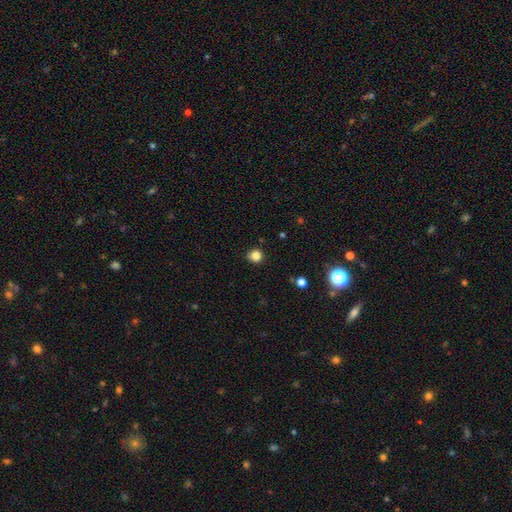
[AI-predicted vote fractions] This appears to be a smooth galaxy with no disk features (84%) that is round (89%). Merging: none (87%).